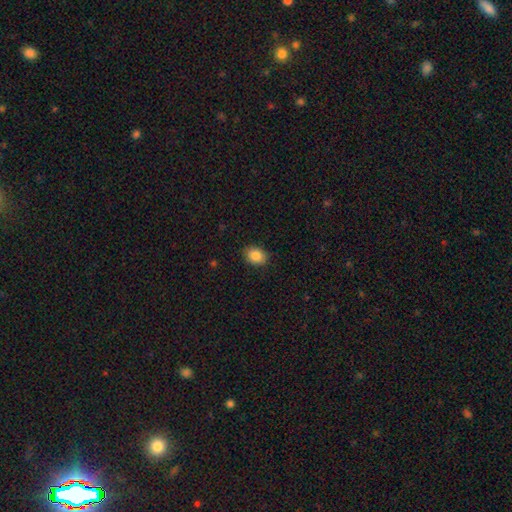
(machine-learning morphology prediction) type=smooth (86%); roundness=in between (60%); merging=none (88%).